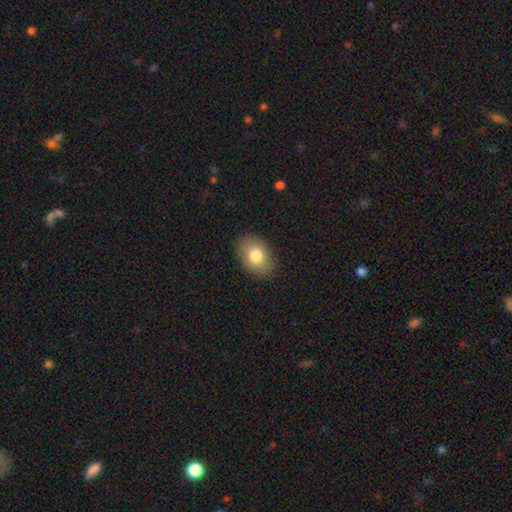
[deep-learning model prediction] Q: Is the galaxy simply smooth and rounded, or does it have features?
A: smooth — 79%.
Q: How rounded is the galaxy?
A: in between — 80%.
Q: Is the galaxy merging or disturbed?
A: none — 86%.